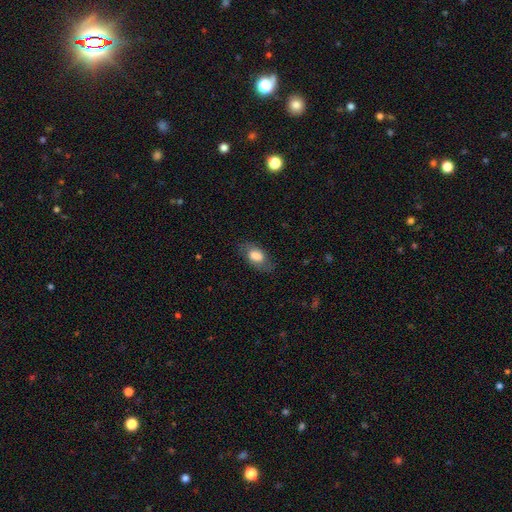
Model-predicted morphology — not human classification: Smooth or featured?
  - smooth: 72% *
  - featured or disk: 21%
  - star or artifact: 7%
How rounded?
  - in between: 89% *
  - round: 8%
  - cigar-shaped: 4%
Merging?
  - none: 71% *
  - minor disturbance: 19%
  - major disturbance: 8%
  - merger: 1%